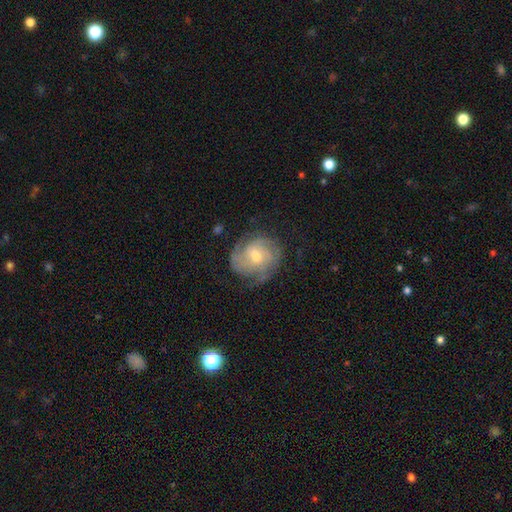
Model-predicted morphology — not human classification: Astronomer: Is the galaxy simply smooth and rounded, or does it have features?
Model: featured or disk — 80%.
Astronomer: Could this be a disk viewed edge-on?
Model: no — 98%.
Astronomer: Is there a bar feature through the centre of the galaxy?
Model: no — 55% (runner-up: weak, 38%).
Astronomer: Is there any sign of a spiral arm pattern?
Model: yes — 94%.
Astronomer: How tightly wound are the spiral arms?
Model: tight — 56% (runner-up: medium, 34%).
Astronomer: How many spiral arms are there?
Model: can't tell — 30% (runner-up: 2, 25%).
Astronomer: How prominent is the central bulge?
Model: moderate — 50% (runner-up: small, 45%).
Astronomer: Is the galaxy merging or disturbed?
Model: none — 69%.